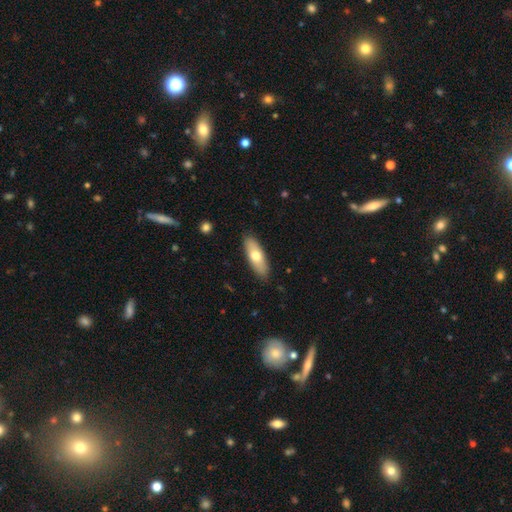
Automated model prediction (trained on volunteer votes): The model was most divided on "how rounded": in between: 62%, cigar-shaped: 36%, round: 2%. More confident: merging — none (88%); smooth or featured — smooth (66%).